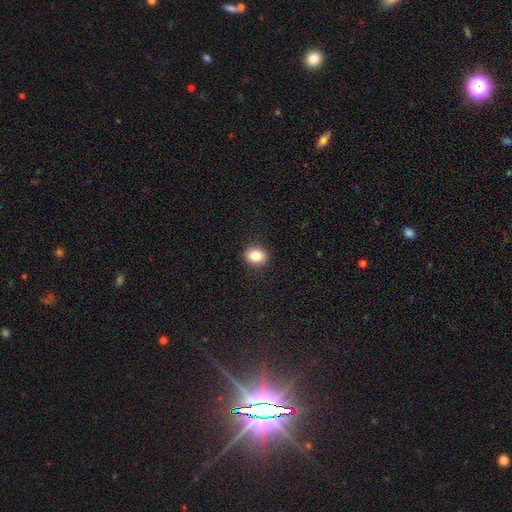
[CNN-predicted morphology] Smooth or featured? smooth (85%)
How rounded? round (60%)
Merging? none (90%)